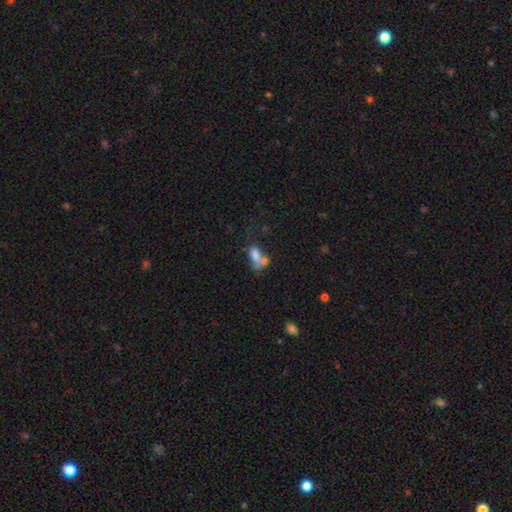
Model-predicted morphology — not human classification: Smooth or featured?
  - smooth: 70% *
  - featured or disk: 19%
  - star or artifact: 11%
How rounded?
  - in between: 85% *
  - round: 11%
  - cigar-shaped: 4%
Merging?
  - merger: 54% *
  - none: 20%
  - major disturbance: 14%
  - minor disturbance: 12%